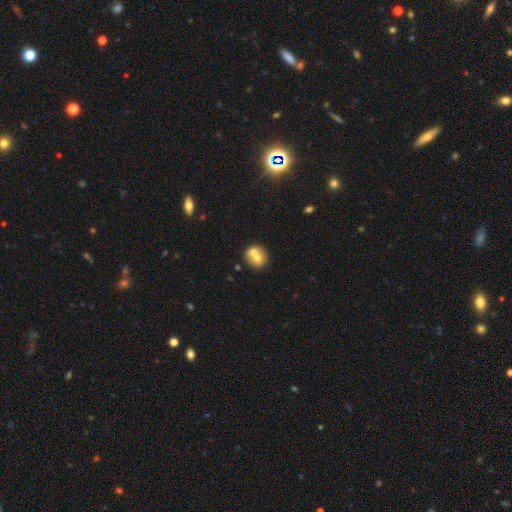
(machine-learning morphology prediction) Q: Smooth or featured?
A: smooth (67%); runner-up: featured or disk (24%)
Q: How rounded?
A: round (73%); runner-up: in between (26%)
Q: Merging?
A: merger (48%); runner-up: none (39%)